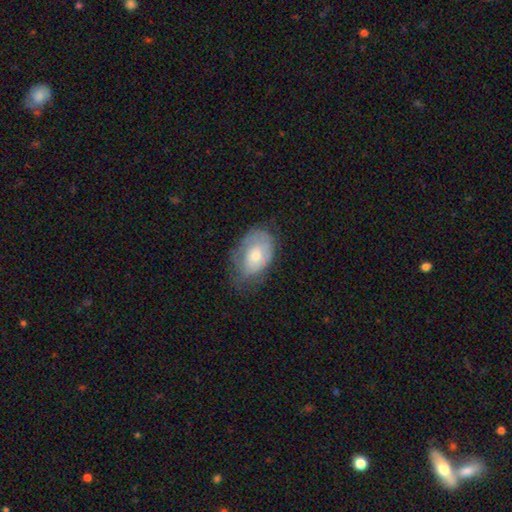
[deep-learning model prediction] Smooth or featured: smooth — 55% (featured or disk — 38%)
How rounded: in between — 85% (round — 13%)
Merging: none — 54% (minor disturbance — 31%)